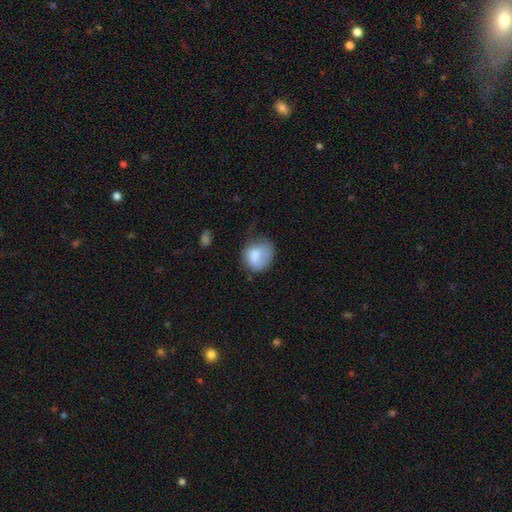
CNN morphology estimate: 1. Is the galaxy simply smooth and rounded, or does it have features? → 75% smooth, 18% featured or disk, 7% star or artifact.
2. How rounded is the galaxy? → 55% round, 44% in between, 1% cigar-shaped.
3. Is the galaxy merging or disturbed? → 37% none, 33% minor disturbance, 27% major disturbance, 3% merger.